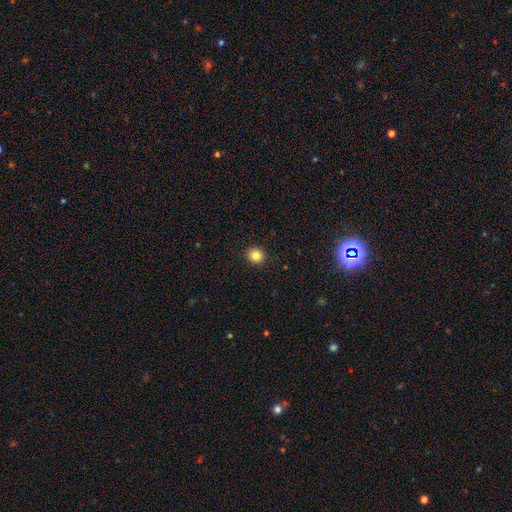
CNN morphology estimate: Smooth or featured? smooth (84%)
How rounded? round (92%)
Merging? none (93%)